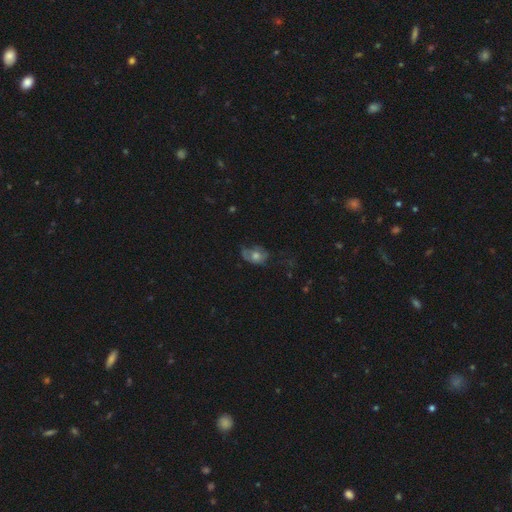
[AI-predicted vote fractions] A smooth galaxy with no disk features (52%) that is in between round and cigar-shaped (69%).

Vote fractions:
- Smooth or featured? smooth: 52% / featured or disk: 36% / star or artifact: 13%
- How rounded? in between: 69% / round: 29% / cigar-shaped: 2%
- Merging? none: 40% / minor disturbance: 32% / major disturbance: 26% / merger: 2%